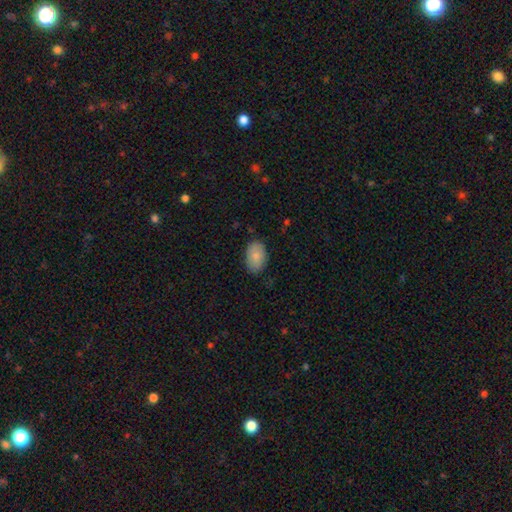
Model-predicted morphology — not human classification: Q: Smooth or featured?
A: smooth (84%); runner-up: featured or disk (10%)
Q: How rounded?
A: in between (90%); runner-up: round (9%)
Q: Merging?
A: none (83%); runner-up: minor disturbance (13%)